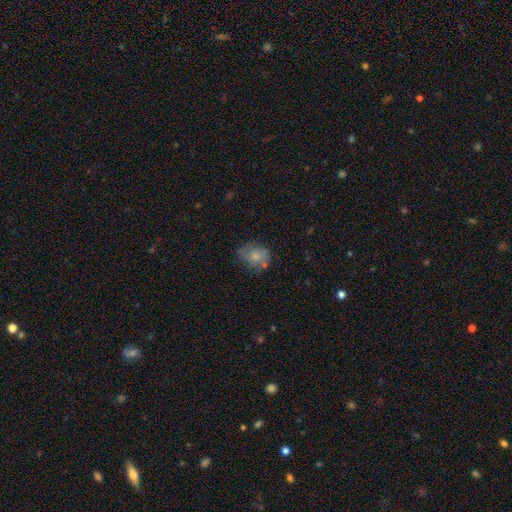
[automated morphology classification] Q: Smooth or featured?
A: smooth (63%); runner-up: featured or disk (28%)
Q: How rounded?
A: in between (53%); runner-up: round (45%)
Q: Merging?
A: none (52%); runner-up: minor disturbance (28%)